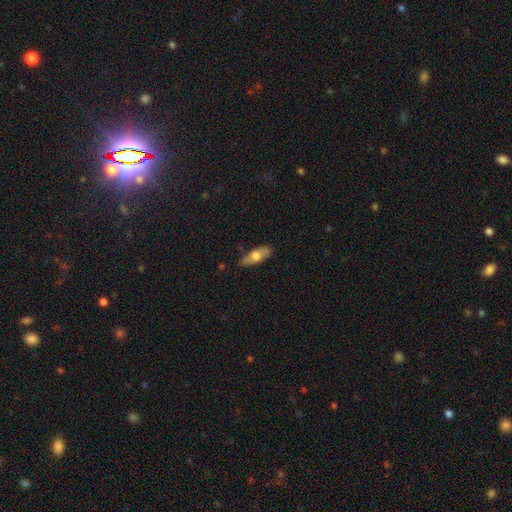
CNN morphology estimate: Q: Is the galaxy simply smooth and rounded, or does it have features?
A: smooth — 56%.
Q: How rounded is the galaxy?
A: in between — 67%.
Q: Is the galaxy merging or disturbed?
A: none — 81%.